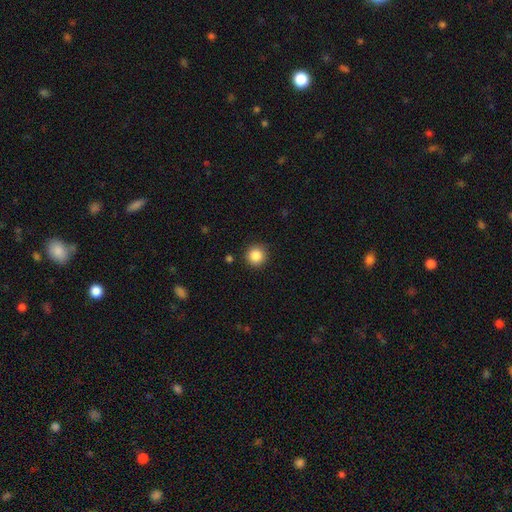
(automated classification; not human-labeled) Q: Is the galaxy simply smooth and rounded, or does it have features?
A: smooth — 86%.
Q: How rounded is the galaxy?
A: round — 95%.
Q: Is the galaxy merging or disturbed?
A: none — 90%.